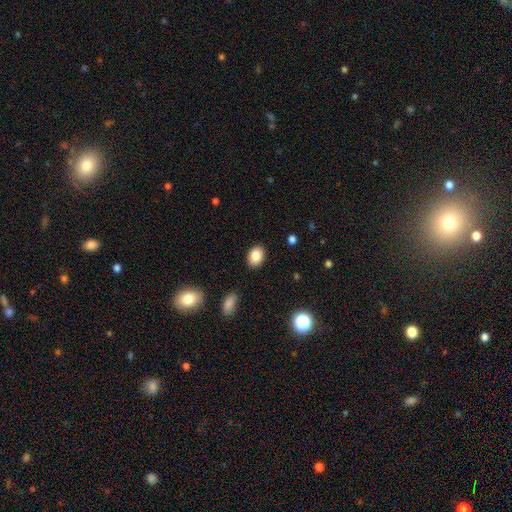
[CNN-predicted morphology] Q: Smooth or featured?
A: smooth (86%); runner-up: star or artifact (8%)
Q: How rounded?
A: in between (76%); runner-up: round (23%)
Q: Merging?
A: none (89%); runner-up: minor disturbance (8%)